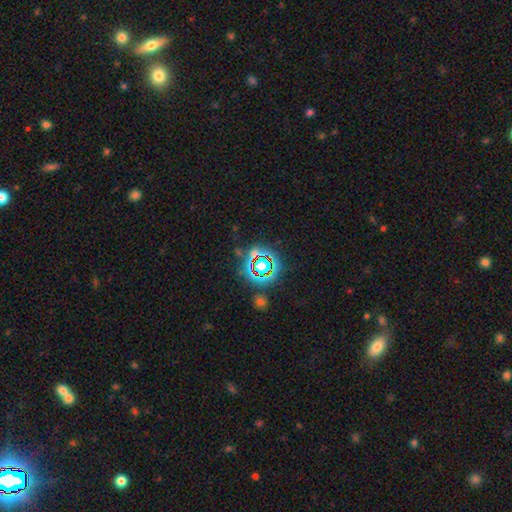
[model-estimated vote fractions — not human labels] Overall: star or artifact (78%).